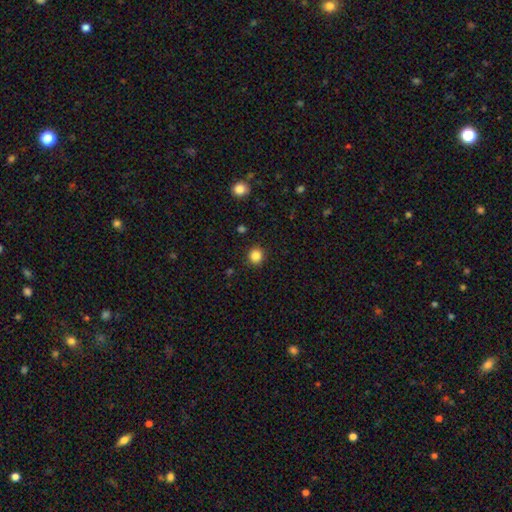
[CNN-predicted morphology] Overall: smooth (85%). How rounded: round (90%). Merging: none (91%).